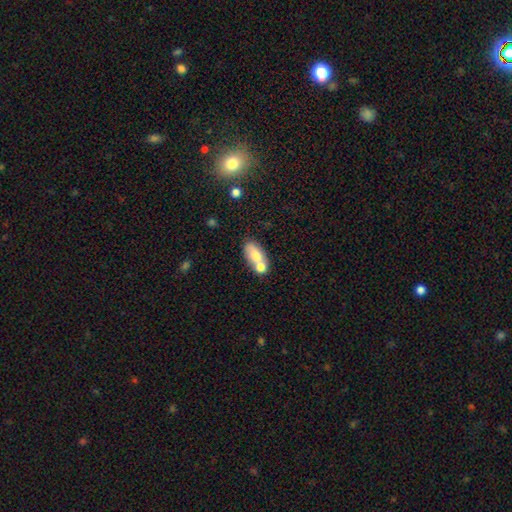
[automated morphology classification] smooth-or-featured: smooth: 68% | featured or disk: 24% | star or artifact: 8%
  how-rounded: in between: 81% | round: 11% | cigar-shaped: 8%
  merging: merger: 47% | none: 36% | minor disturbance: 12% | major disturbance: 5%